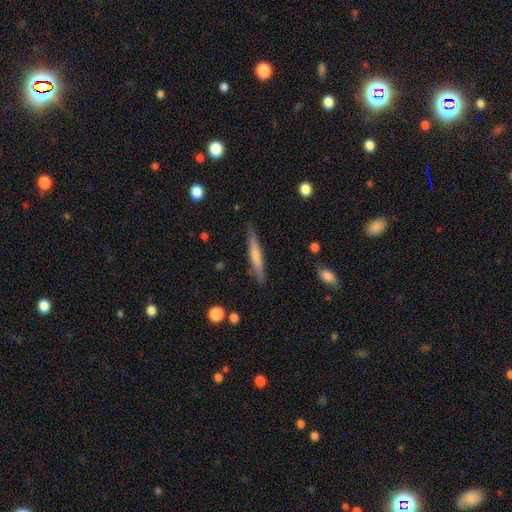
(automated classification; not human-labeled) Q: Smooth or featured?
A: smooth (60%); runner-up: featured or disk (34%)
Q: How rounded?
A: cigar-shaped (93%); runner-up: in between (5%)
Q: Merging?
A: none (85%); runner-up: minor disturbance (11%)